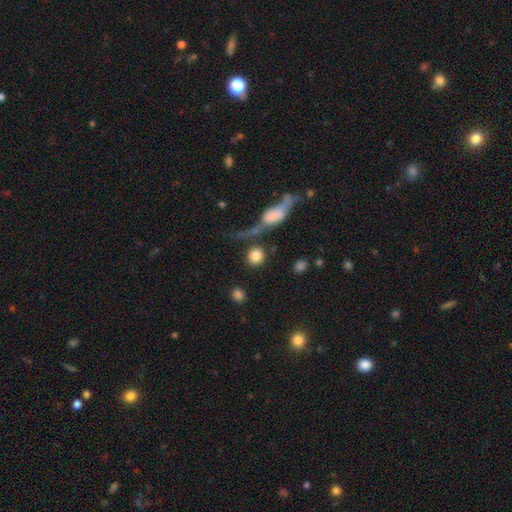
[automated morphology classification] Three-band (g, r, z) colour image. It shows a smooth galaxy with no disk features (83%) that is round (88%). Merging: none (64%).